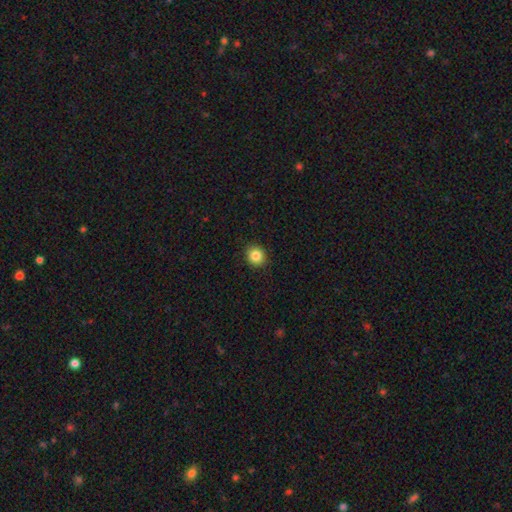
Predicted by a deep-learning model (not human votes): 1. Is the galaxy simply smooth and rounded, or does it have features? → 85% smooth, 10% star or artifact, 5% featured or disk.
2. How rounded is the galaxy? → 80% round, 19% in between, 1% cigar-shaped.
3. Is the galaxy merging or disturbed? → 91% none, 7% minor disturbance, 2% major disturbance, 1% merger.